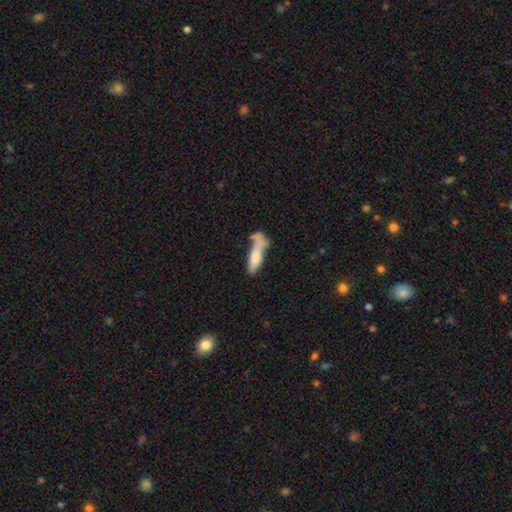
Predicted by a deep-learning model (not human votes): Smooth or featured? Predicted: smooth (p=0.69). How rounded? Predicted: cigar-shaped (p=0.63). Merging? Predicted: merger (p=0.35).